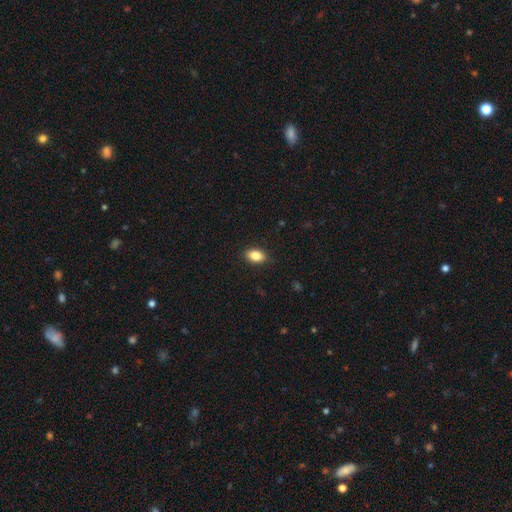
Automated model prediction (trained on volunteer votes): Smooth or featured: smooth — 84% (star or artifact — 8%)
How rounded: in between — 86% (round — 11%)
Merging: none — 87% (minor disturbance — 10%)